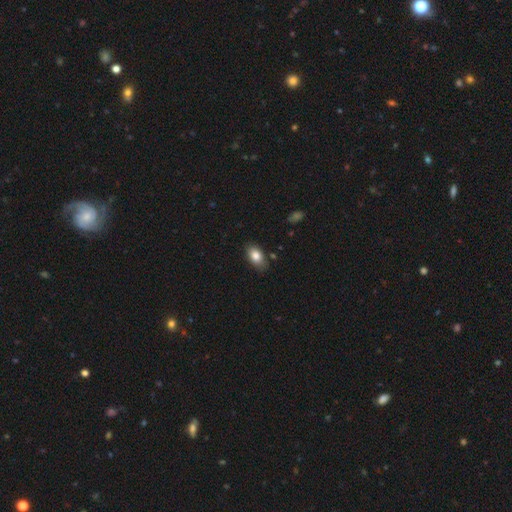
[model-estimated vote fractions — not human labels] A smooth galaxy with no disk features (82%) that is in between round and cigar-shaped (90%). Merging: none (79%).